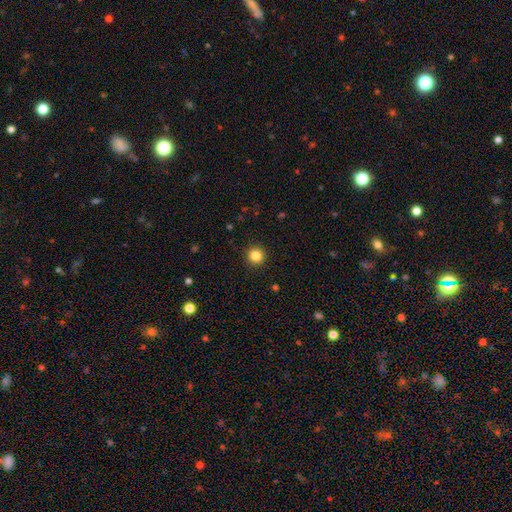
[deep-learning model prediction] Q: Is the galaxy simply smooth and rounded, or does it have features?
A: smooth — 84%.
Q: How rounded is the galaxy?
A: round — 95%.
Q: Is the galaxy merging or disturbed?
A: none — 93%.